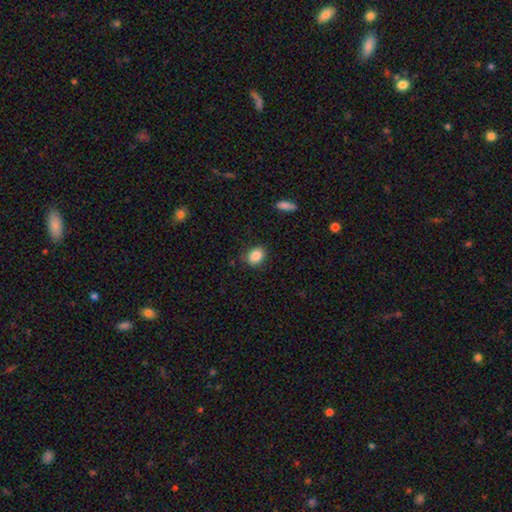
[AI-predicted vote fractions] Q: Smooth or featured?
A: smooth (87%); runner-up: star or artifact (9%)
Q: How rounded?
A: in between (67%); runner-up: round (32%)
Q: Merging?
A: none (83%); runner-up: minor disturbance (13%)